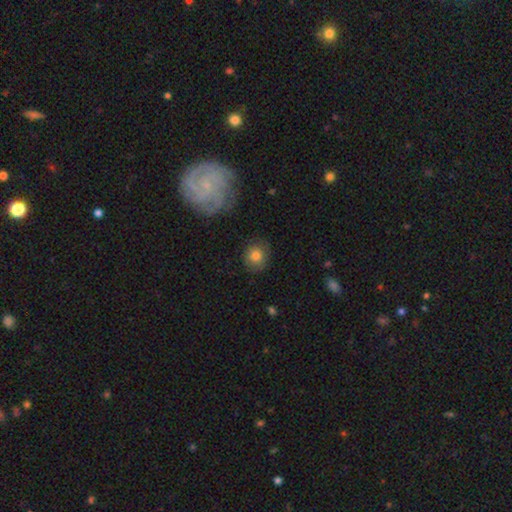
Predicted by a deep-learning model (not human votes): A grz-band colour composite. It shows a smooth galaxy with no disk features (77%) that is round (85%). Merging: none (81%).